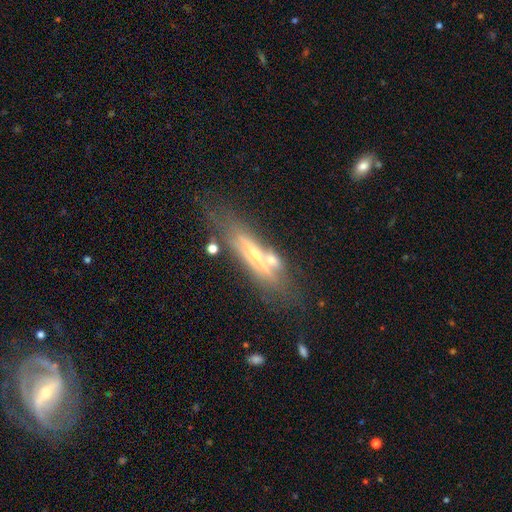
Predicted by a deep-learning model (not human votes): The model was most divided on "merging": none: 58%, minor disturbance: 19%, merger: 14%, major disturbance: 9%. More confident: edge-on disk — yes (83%); edge-on bulge — rounded (72%); smooth or featured — featured or disk (66%).